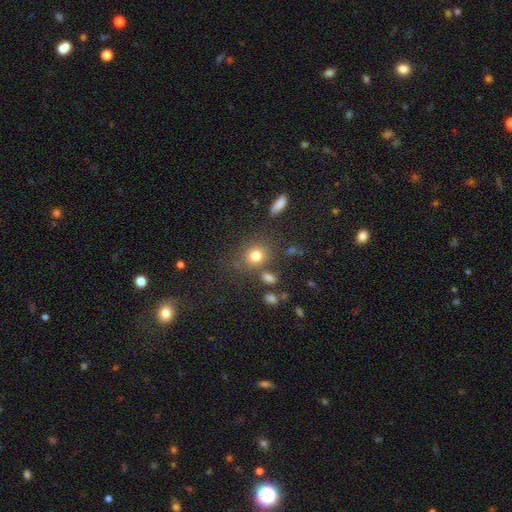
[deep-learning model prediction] Smooth or featured? Predicted: smooth (p=0.78). How rounded? Predicted: round (p=0.76). Merging? Predicted: none (p=0.73).